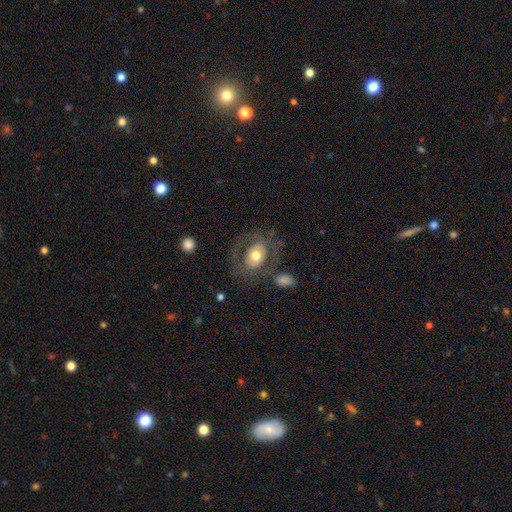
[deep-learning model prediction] A smooth galaxy with no disk features (48%). Merging: none (64%).